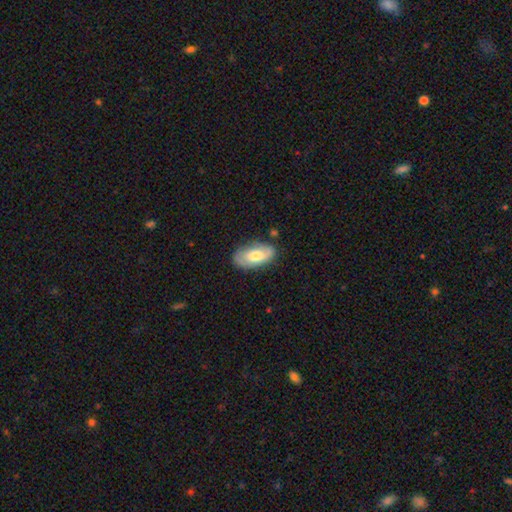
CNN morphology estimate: smooth 64%, featured or disk 30%, star or artifact 6%. Down the decision tree: how rounded — in between (93%); merging — none (74%).